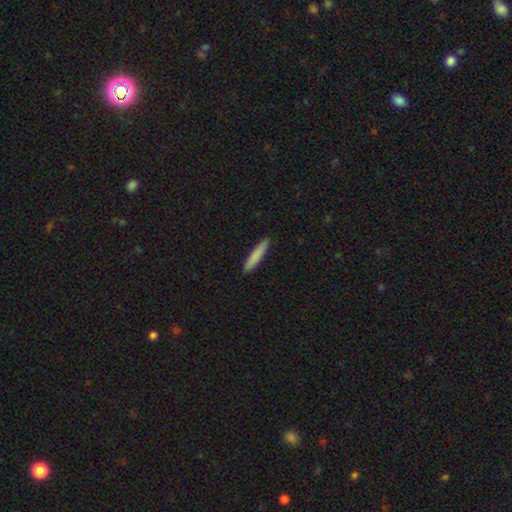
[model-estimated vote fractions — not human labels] This appears to be a smooth galaxy with no disk features (84%) that is cigar-shaped (91%). Merging: none (91%).